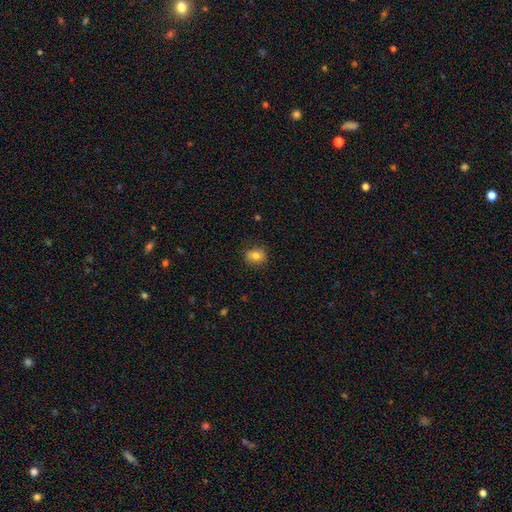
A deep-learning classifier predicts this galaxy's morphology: Smooth or featured?
  - smooth: 77% *
  - featured or disk: 13%
  - star or artifact: 10%
How rounded?
  - round: 63% *
  - in between: 36%
  - cigar-shaped: 1%
Merging?
  - none: 83% *
  - minor disturbance: 13%
  - major disturbance: 3%
  - merger: 1%